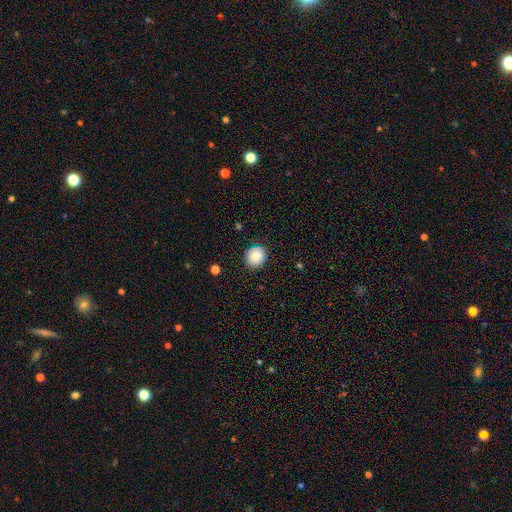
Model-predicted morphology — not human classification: smooth 81%, featured or disk 10%, star or artifact 9%. Down the decision tree: how rounded — round (85%); merging — none (87%).